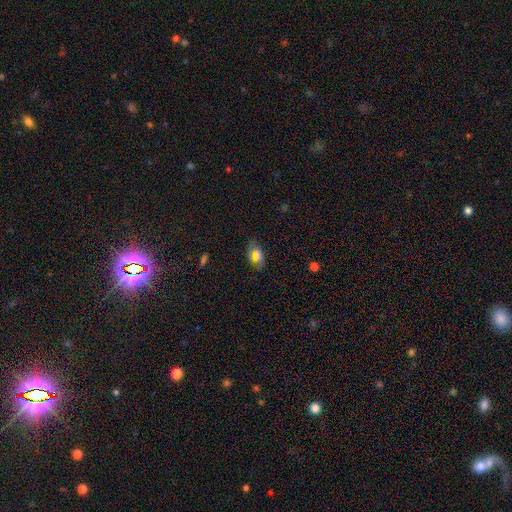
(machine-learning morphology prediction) type=smooth (64%); roundness=in between (87%); merging=none (80%).